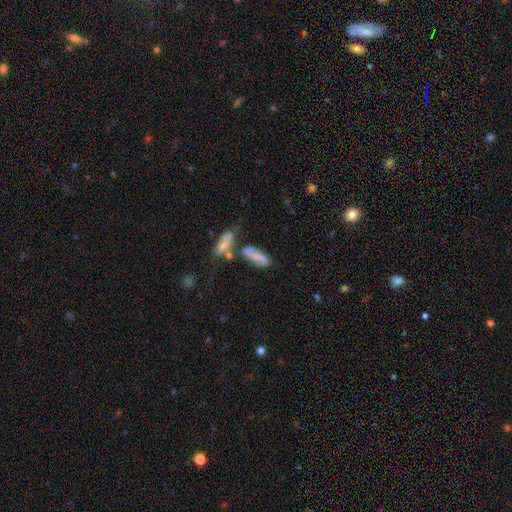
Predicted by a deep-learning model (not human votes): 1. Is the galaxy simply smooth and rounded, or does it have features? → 59% smooth, 31% featured or disk, 10% star or artifact.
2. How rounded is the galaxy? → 59% in between, 37% cigar-shaped, 4% round.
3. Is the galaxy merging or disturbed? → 44% none, 28% merger, 18% minor disturbance, 10% major disturbance.